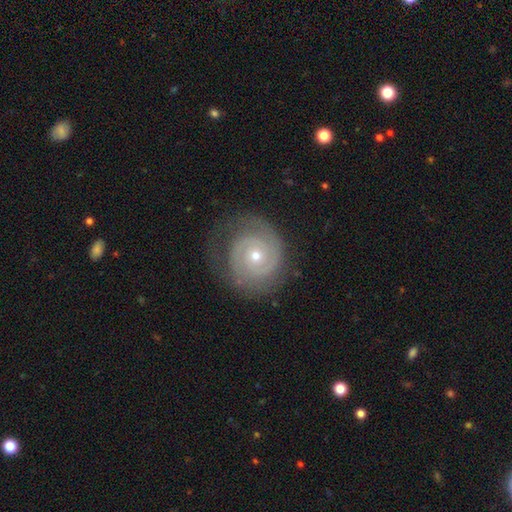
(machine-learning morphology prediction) This is clearly a featured or disk galaxy (85%). It is clearly not viewed edge-on (98%). Bar: likely no (76%). Spiral arm pattern: clearly yes (96%). Spiral arm count: likely 2 (65%). Spiral winding: likely tight (72%). Central bulge: likely small (64%). Merging: likely none (74%).